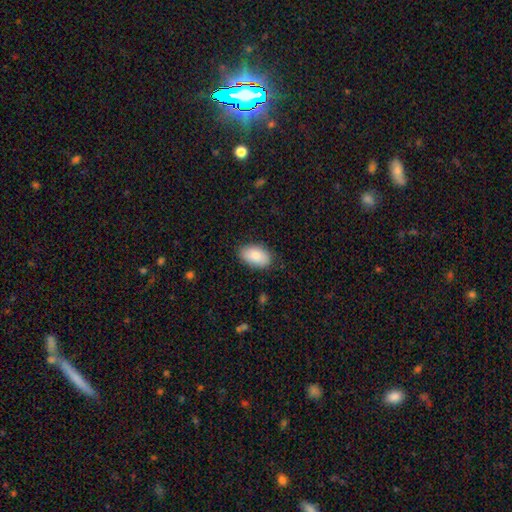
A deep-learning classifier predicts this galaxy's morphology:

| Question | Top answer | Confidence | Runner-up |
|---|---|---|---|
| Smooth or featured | smooth | 85% | featured or disk (9%) |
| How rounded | in between | 94% | round (5%) |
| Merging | none | 84% | minor disturbance (13%) |